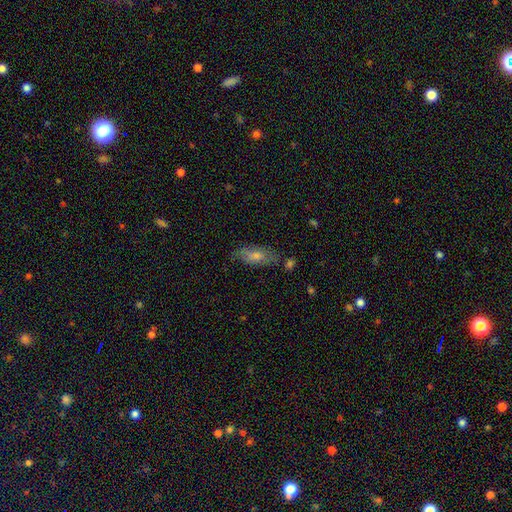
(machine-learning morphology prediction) smooth 53%, featured or disk 38%, star or artifact 9%. Down the decision tree: how rounded — in between (70%); merging — none (68%).